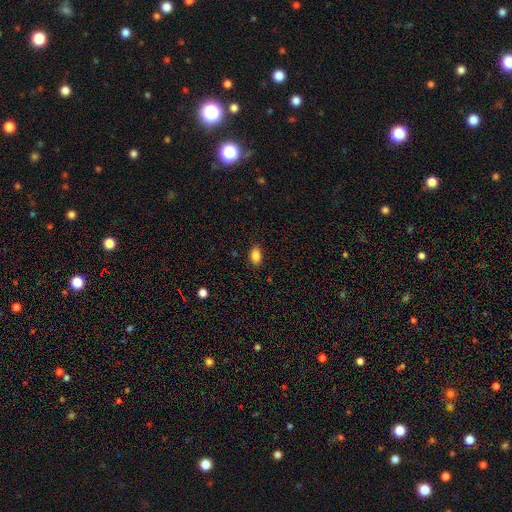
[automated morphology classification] A smooth galaxy with no disk features (86%) that is in between round and cigar-shaped (86%).

Vote fractions:
- Smooth or featured? smooth: 86% / star or artifact: 9% / featured or disk: 5%
- How rounded? in between: 86% / round: 12% / cigar-shaped: 1%
- Merging? none: 87% / minor disturbance: 10% / major disturbance: 2% / merger: 1%